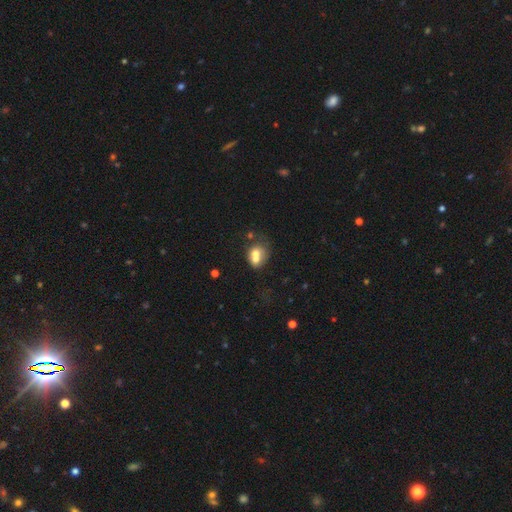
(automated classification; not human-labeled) smooth 64%, featured or disk 25%, star or artifact 11%. Down the decision tree: how rounded — in between (53%); merging — merger (56%).